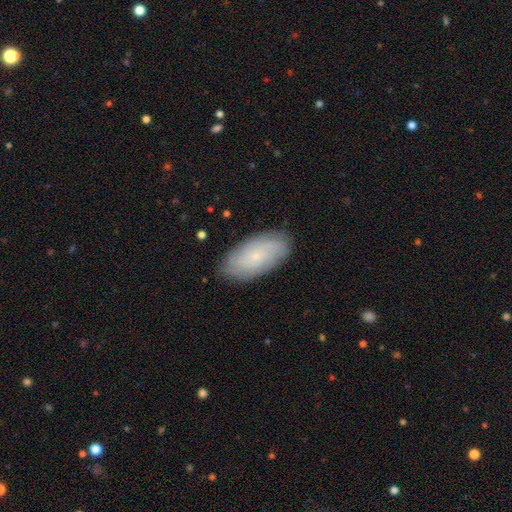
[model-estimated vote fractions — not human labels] featured or disk 49%, smooth 42%, star or artifact 9%. Down the decision tree: merging — none (83%).